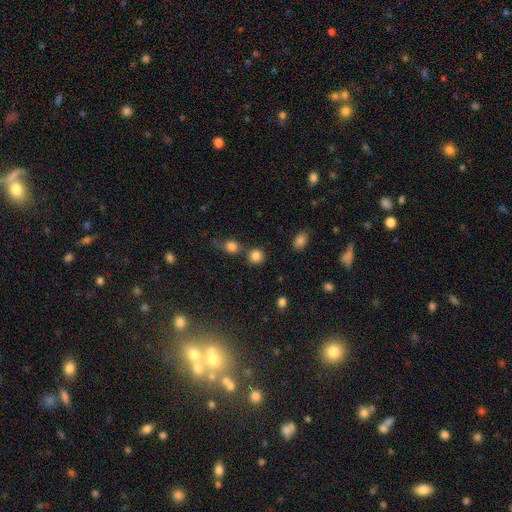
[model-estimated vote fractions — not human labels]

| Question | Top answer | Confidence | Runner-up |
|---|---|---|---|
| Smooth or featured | smooth | 83% | star or artifact (11%) |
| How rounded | round | 88% | in between (11%) |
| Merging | none | 68% | merger (19%) |